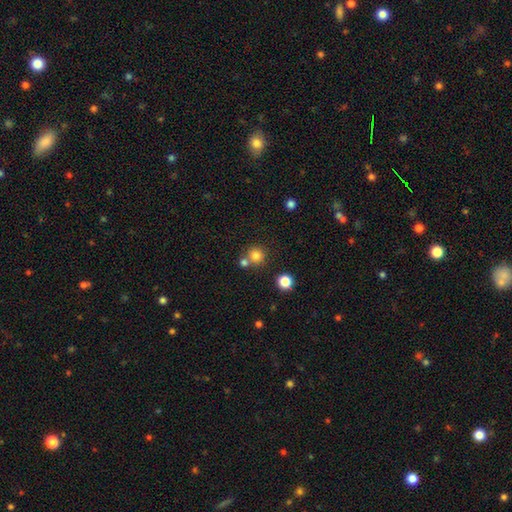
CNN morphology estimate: Smooth or featured? smooth (81%)
How rounded? round (91%)
Merging? none (64%)